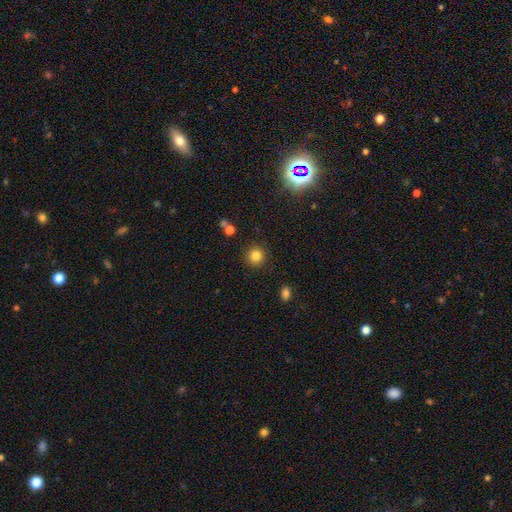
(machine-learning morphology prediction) Smooth or featured: smooth — 83% (star or artifact — 12%)
How rounded: round — 93% (in between — 6%)
Merging: none — 89% (minor disturbance — 6%)